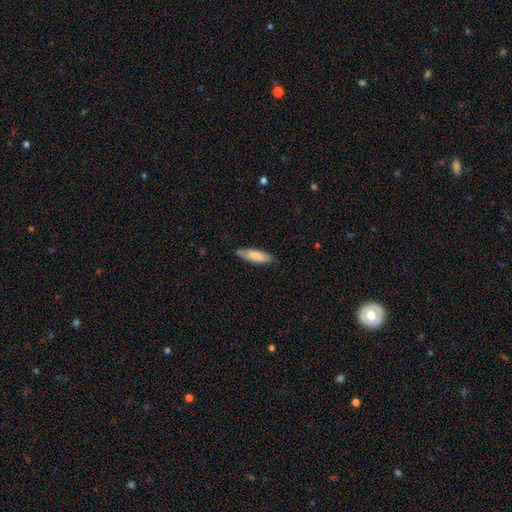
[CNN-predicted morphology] A smooth galaxy with no disk features (81%) that is cigar-shaped (51%). Merging: none (80%).